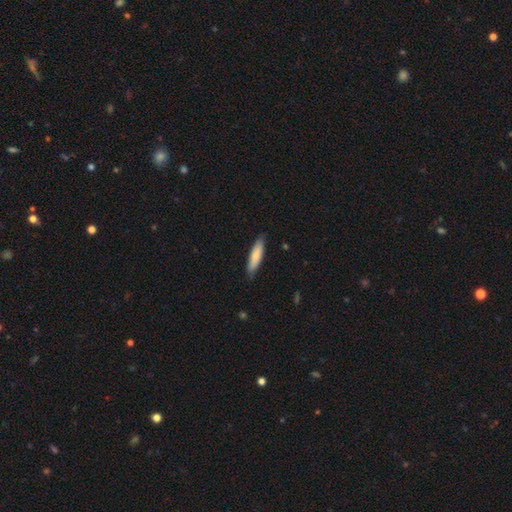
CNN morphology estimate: The model was most divided on "how rounded": cigar-shaped: 73%, in between: 25%, round: 1%. More confident: merging — none (84%); smooth or featured — smooth (80%).